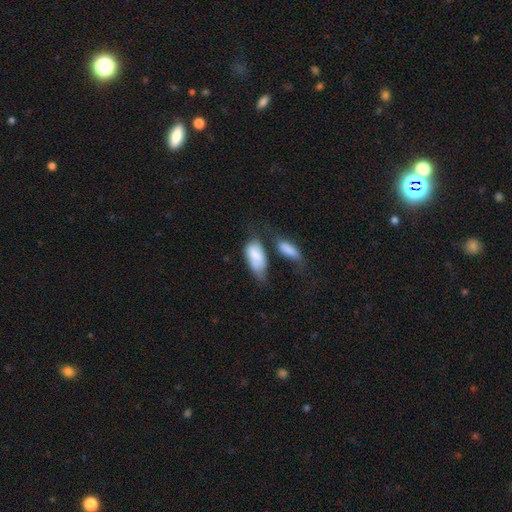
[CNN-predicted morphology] Smooth or featured?
  - smooth: 78% *
  - featured or disk: 16%
  - star or artifact: 7%
How rounded?
  - in between: 92% *
  - cigar-shaped: 5%
  - round: 3%
Merging?
  - merger: 35% *
  - minor disturbance: 24%
  - none: 22%
  - major disturbance: 19%